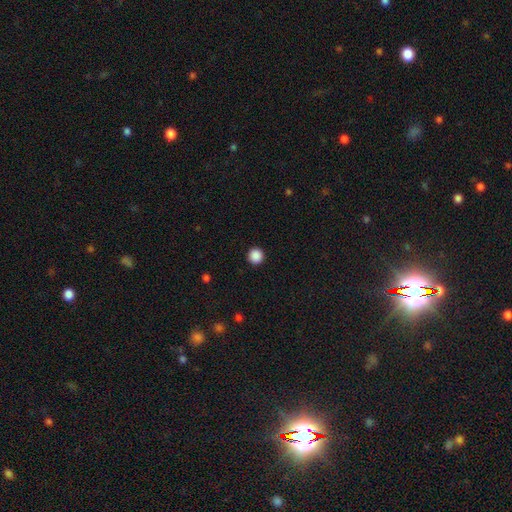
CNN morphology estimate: A smooth galaxy with no disk features (88%) that is round (96%). Merging: none (93%).